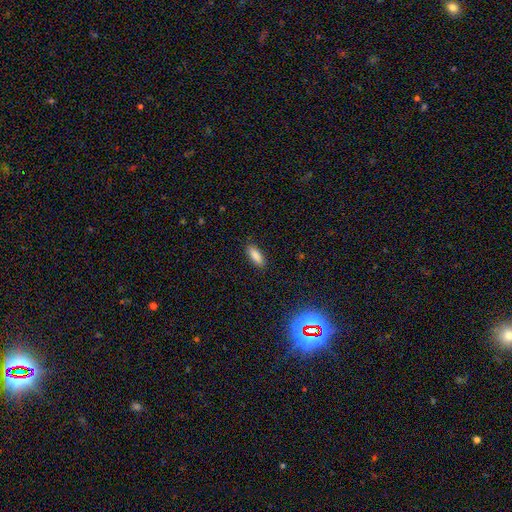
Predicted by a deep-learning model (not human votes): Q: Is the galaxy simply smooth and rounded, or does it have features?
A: smooth — 86%.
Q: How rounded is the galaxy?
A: in between — 73%.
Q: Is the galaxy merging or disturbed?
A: none — 88%.